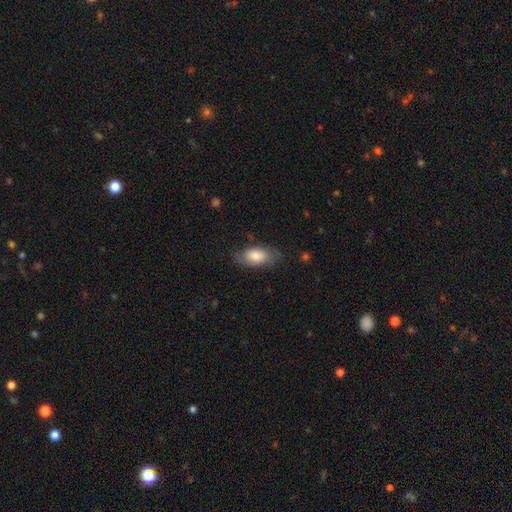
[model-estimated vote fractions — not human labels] smooth 77%, featured or disk 17%, star or artifact 6%. Down the decision tree: how rounded — in between (90%); merging — none (72%).